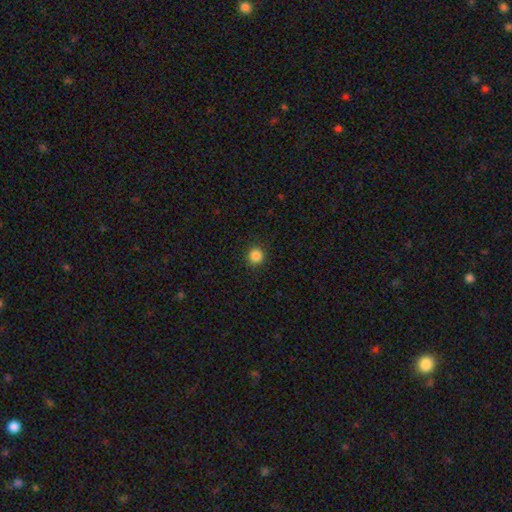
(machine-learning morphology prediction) smooth-or-featured: smooth: 86% | star or artifact: 11% | featured or disk: 3%
  how-rounded: round: 91% | in between: 8% | cigar-shaped: 1%
  merging: none: 91% | minor disturbance: 6% | major disturbance: 2% | merger: 1%